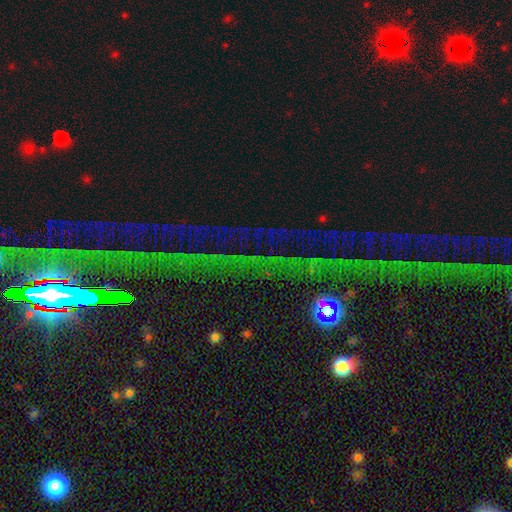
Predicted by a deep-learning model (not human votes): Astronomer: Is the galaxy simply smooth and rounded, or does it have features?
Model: star or artifact — 80%.